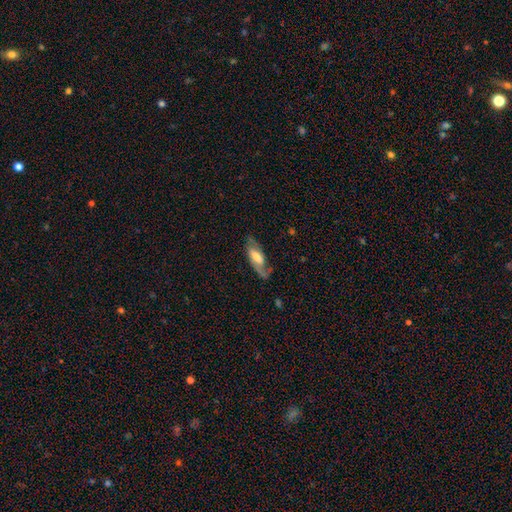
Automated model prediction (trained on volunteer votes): A featured or disk galaxy (70%) with no bar (40%), spiral arms (85%) and a moderate central bulge (50%).

Vote fractions:
- Smooth or featured? featured or disk: 70% / smooth: 23% / star or artifact: 6%
- Edge-on disk? no: 81% / yes: 19%
- Bar? no: 40% / weak: 39% / strong: 20%
- Spiral arms? yes: 85% / no: 15%
- Bulge size? moderate: 50% / large: 25% / small: 19% / none: 4% / dominant: 2%
- Merging? none: 72% / minor disturbance: 18% / major disturbance: 8% / merger: 2%